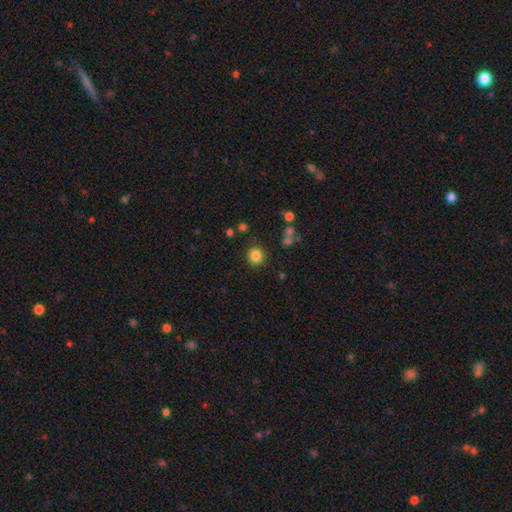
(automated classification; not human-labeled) Overall: smooth (83%). How rounded: round (91%). Merging: none (86%).